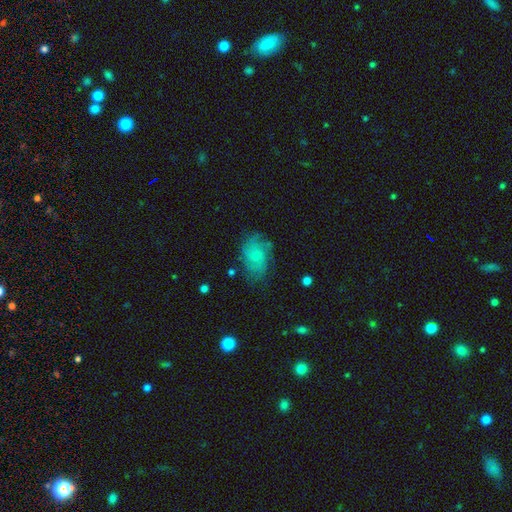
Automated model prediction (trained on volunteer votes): This appears to be a smooth galaxy with no disk features (49%). Merging: none (61%).